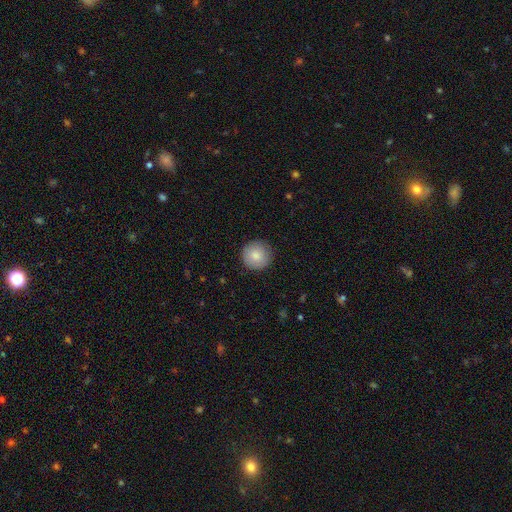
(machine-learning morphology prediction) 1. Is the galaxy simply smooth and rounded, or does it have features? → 84% smooth, 9% featured or disk, 8% star or artifact.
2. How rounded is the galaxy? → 95% round, 4% in between, 1% cigar-shaped.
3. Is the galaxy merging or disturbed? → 90% none, 7% minor disturbance, 2% major disturbance, 1% merger.